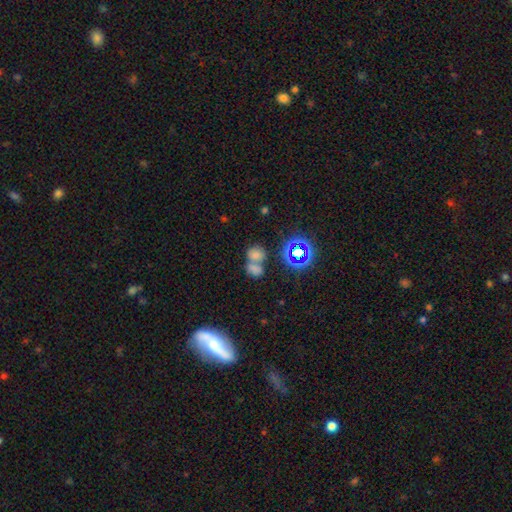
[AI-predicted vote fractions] This is likely a smooth galaxy (63%). How rounded: possibly round (54%). Merging: likely merger (62%).